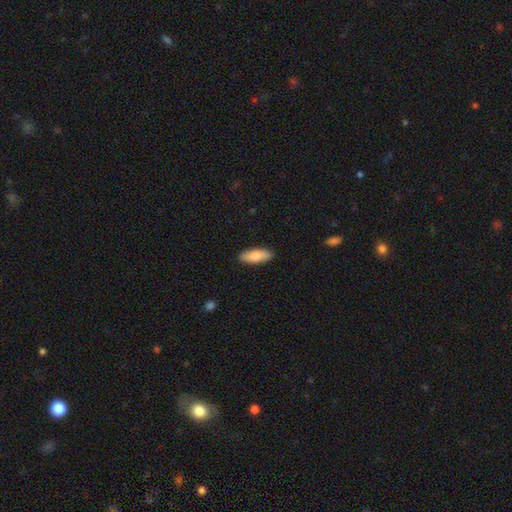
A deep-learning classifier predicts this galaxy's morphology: Q: Smooth or featured?
A: smooth (81%); runner-up: featured or disk (13%)
Q: How rounded?
A: in between (70%); runner-up: cigar-shaped (28%)
Q: Merging?
A: none (89%); runner-up: minor disturbance (8%)